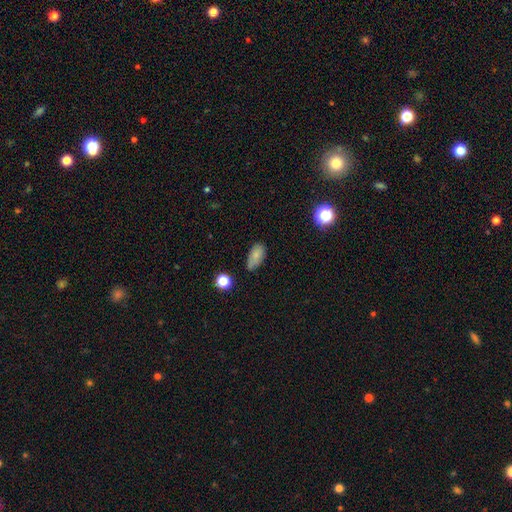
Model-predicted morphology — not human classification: smooth 78%, featured or disk 11%, star or artifact 11%. Down the decision tree: how rounded — in between (90%); merging — none (62%).